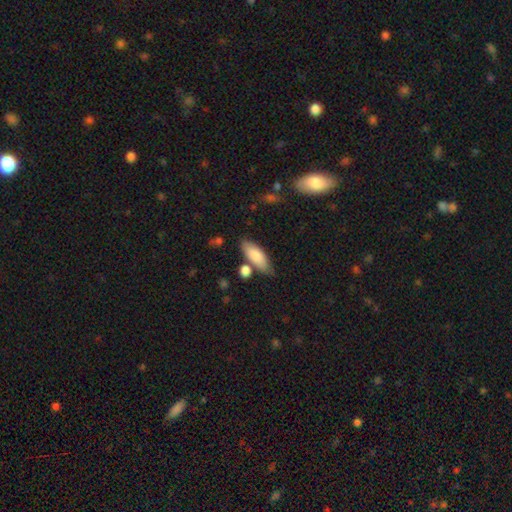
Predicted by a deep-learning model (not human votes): Smooth or featured: smooth — 81% (featured or disk — 13%)
How rounded: in between — 69% (cigar-shaped — 29%)
Merging: none — 71% (minor disturbance — 15%)